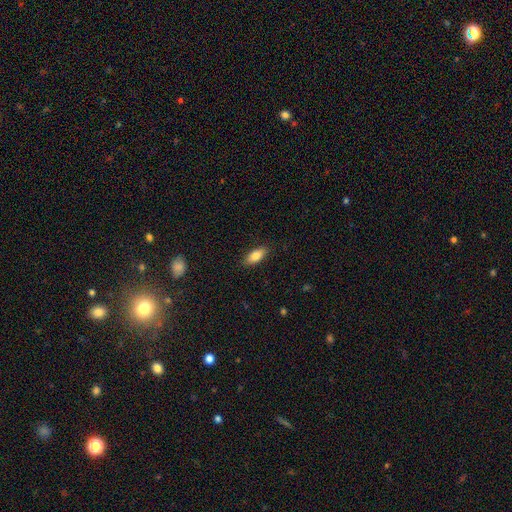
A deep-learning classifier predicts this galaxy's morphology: Smooth or featured?
  - smooth: 83% *
  - featured or disk: 10%
  - star or artifact: 7%
How rounded?
  - in between: 82% *
  - cigar-shaped: 15%
  - round: 2%
Merging?
  - none: 87% *
  - minor disturbance: 10%
  - major disturbance: 2%
  - merger: 1%